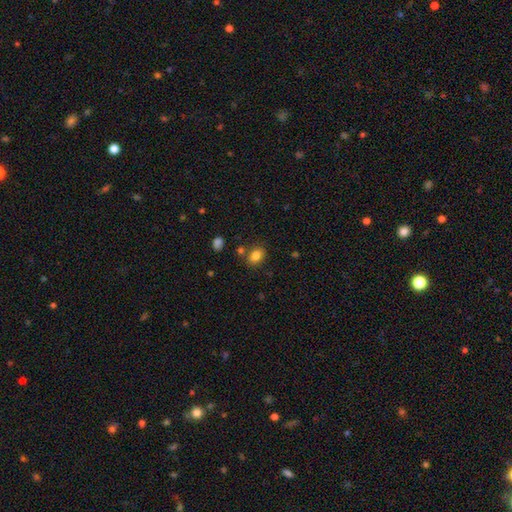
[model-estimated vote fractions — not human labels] Smooth or featured? smooth (83%)
How rounded? in between (71%)
Merging? none (78%)